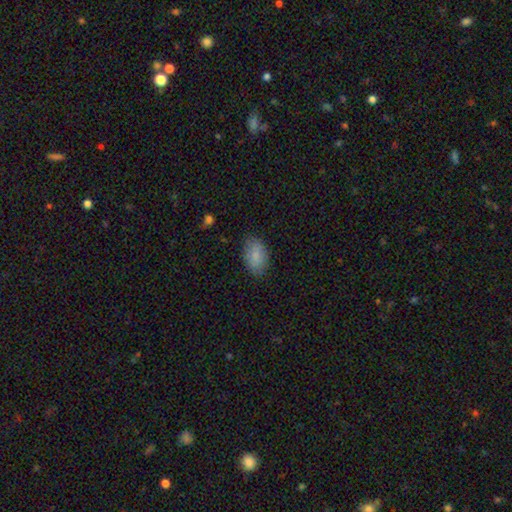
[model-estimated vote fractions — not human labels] This is clearly a smooth galaxy (85%). How rounded: clearly in between (90%). Merging: clearly none (81%).